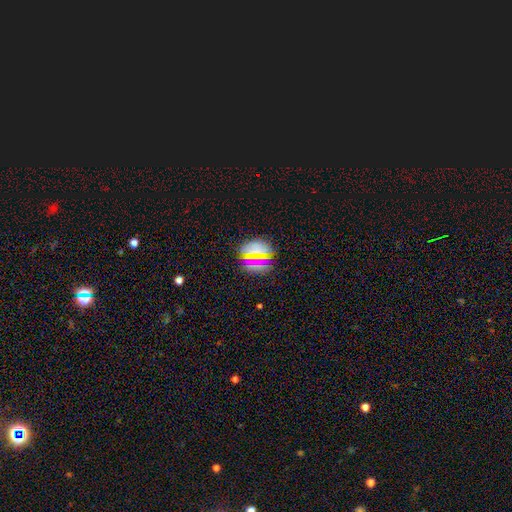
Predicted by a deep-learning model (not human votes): A smooth galaxy with no disk features (59%) that is round (83%).

Vote fractions:
- Smooth or featured? smooth: 59% / star or artifact: 25% / featured or disk: 15%
- How rounded? round: 83% / in between: 15% / cigar-shaped: 2%
- Merging? none: 78% / minor disturbance: 14% / major disturbance: 5% / merger: 4%